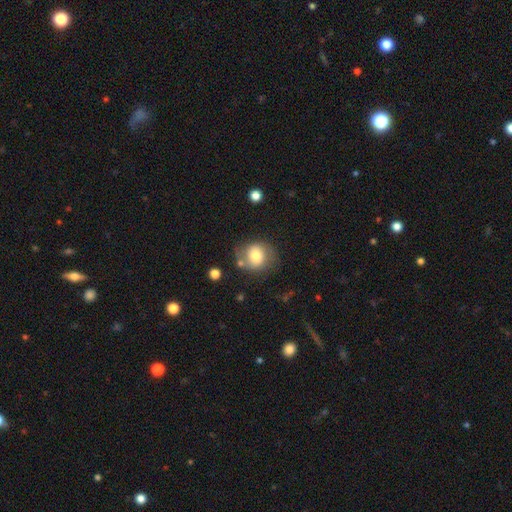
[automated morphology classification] This appears to be a smooth galaxy with no disk features (57%) that is round (73%). Merging: none (64%).